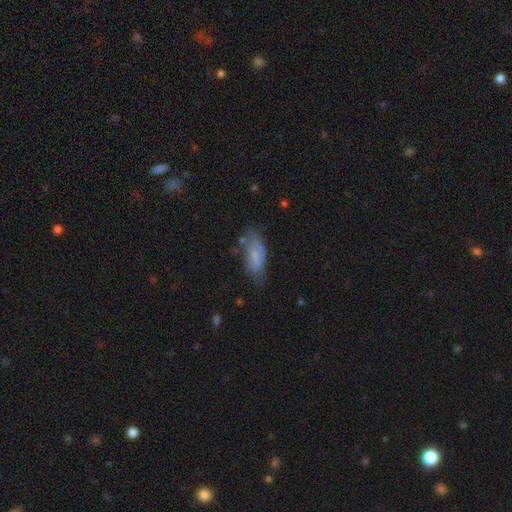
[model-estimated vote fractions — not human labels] The model was most divided on "smooth or featured": smooth: 57%, featured or disk: 35%, star or artifact: 8%. More confident: how rounded — in between (79%); merging — none (56%).